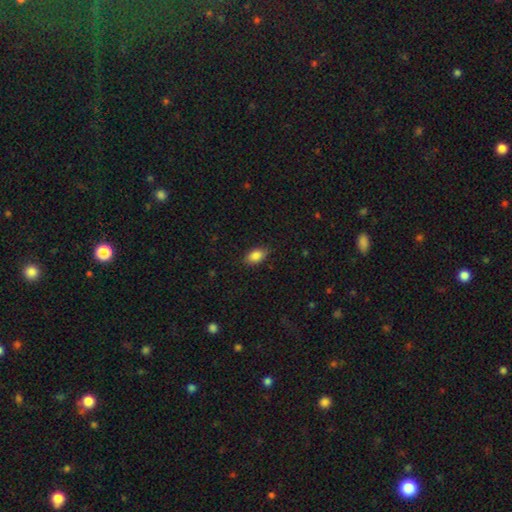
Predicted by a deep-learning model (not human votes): A smooth galaxy with no disk features (87%) that is in between round and cigar-shaped (90%). Merging: none (84%).